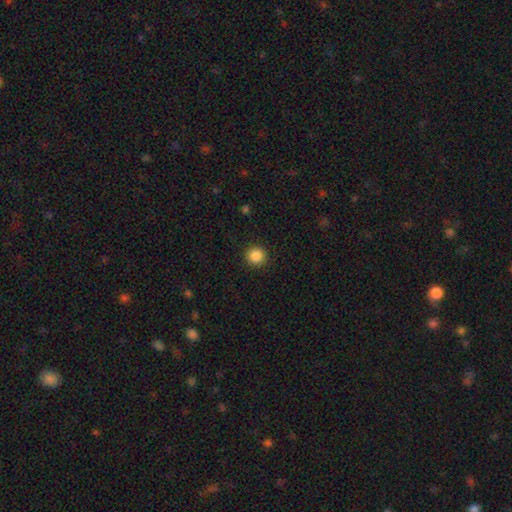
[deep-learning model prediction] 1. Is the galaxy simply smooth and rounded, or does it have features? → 87% smooth, 10% star or artifact, 3% featured or disk.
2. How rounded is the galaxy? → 95% round, 5% in between, 1% cigar-shaped.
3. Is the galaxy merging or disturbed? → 92% none, 5% minor disturbance, 2% major disturbance, 1% merger.